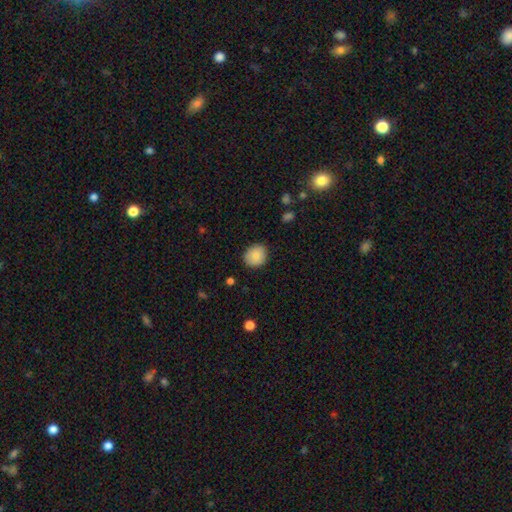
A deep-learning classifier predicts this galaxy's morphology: Q: Smooth or featured?
A: smooth (85%); runner-up: featured or disk (8%)
Q: How rounded?
A: round (76%); runner-up: in between (24%)
Q: Merging?
A: none (85%); runner-up: minor disturbance (11%)